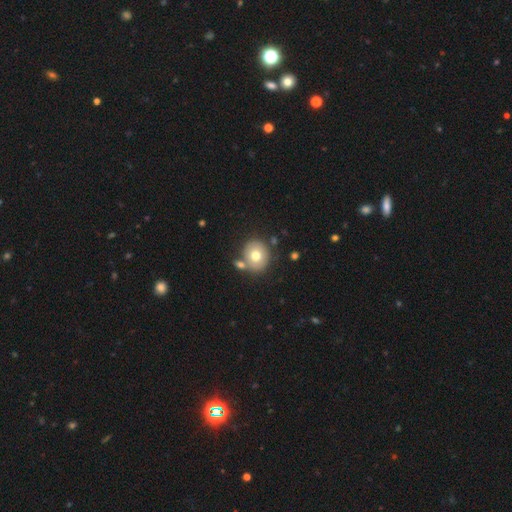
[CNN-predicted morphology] This is likely a smooth galaxy (72%). How rounded: clearly round (84%). Merging: likely none (66%).